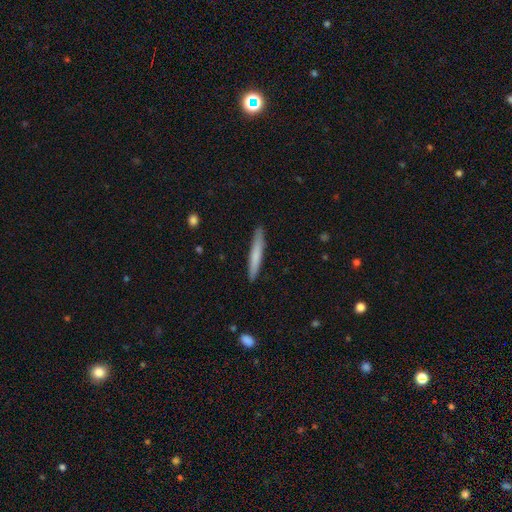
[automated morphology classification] smooth_or_featured: smooth (p=0.70) [alt: featured or disk p=0.24]
how_rounded: cigar-shaped (p=0.95) [alt: in between p=0.03]
merging: none (p=0.89) [alt: minor disturbance p=0.08]